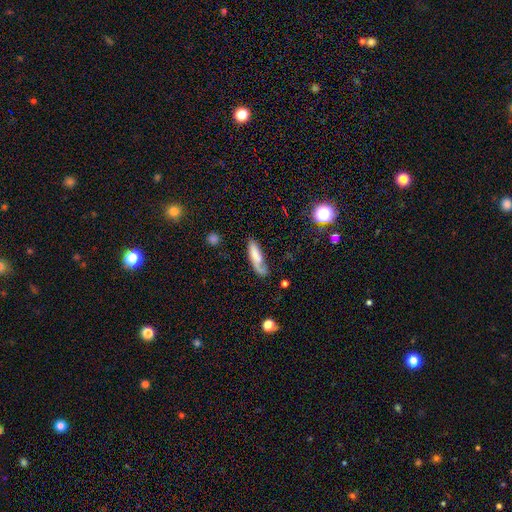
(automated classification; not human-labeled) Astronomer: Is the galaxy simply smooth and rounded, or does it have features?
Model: smooth — 64%.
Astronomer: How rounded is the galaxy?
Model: cigar-shaped — 56% (runner-up: in between, 42%).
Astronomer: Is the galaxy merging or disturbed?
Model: none — 51%.